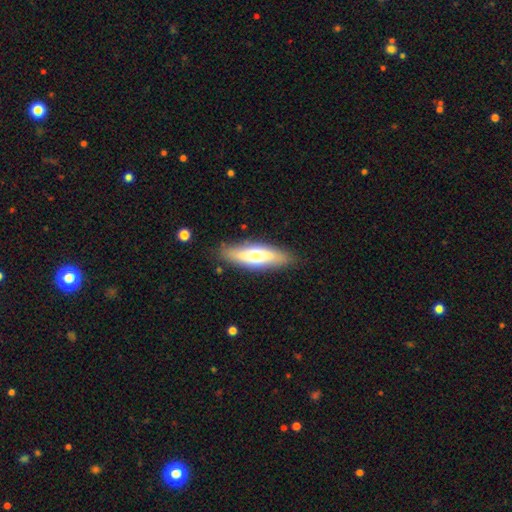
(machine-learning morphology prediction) smooth-or-featured: smooth: 57% | featured or disk: 37% | star or artifact: 6%
  how-rounded: in between: 54% | cigar-shaped: 44% | round: 2%
  merging: none: 83% | minor disturbance: 12% | major disturbance: 3% | merger: 2%